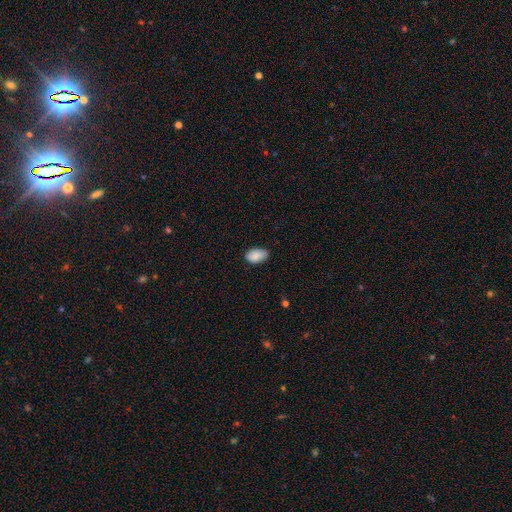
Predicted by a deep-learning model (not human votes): smooth 89%, star or artifact 7%, featured or disk 4%. Down the decision tree: how rounded — in between (92%); merging — none (79%).